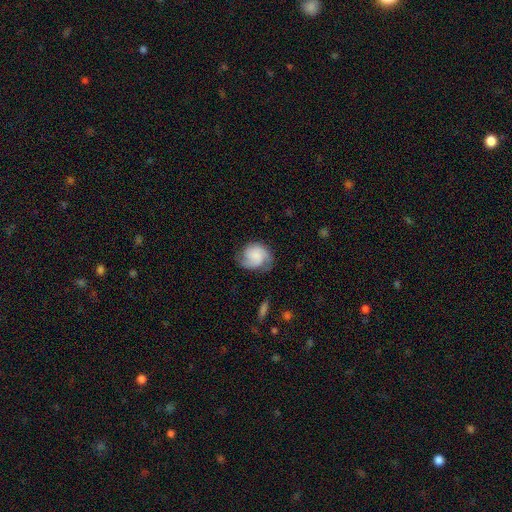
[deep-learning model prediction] The model was most divided on "bulge size": small: 35%, none: 34%, moderate: 18%, large: 9%, dominant: 3%. Remaining: edge-on disk — no (98%); spiral arms — yes (93%); bar — no (70%); merging — none (64%); smooth or featured — featured or disk (58%); spiral arm count — 2 (54%); spiral winding — medium (43%).